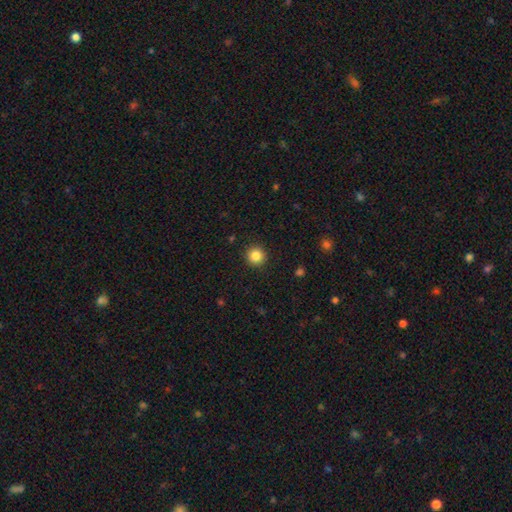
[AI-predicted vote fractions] Smooth or featured? smooth (85%)
How rounded? round (95%)
Merging? none (92%)